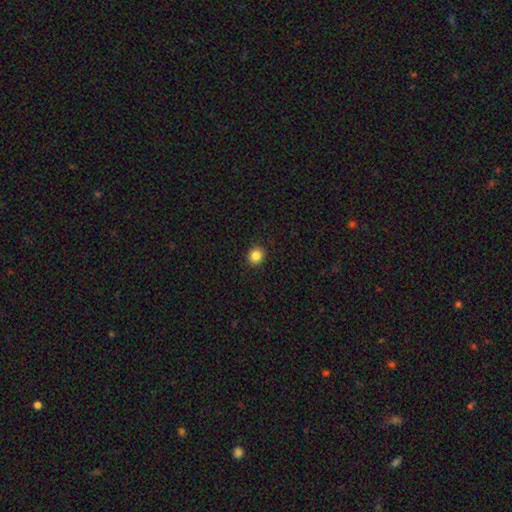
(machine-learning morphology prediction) A smooth galaxy with no disk features (85%) that is round (81%). Merging: none (91%).